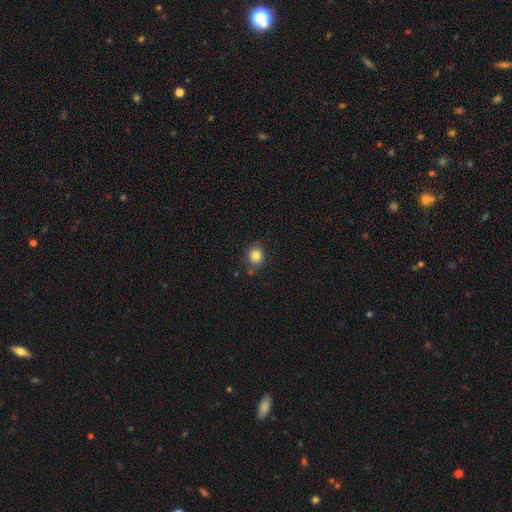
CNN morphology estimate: smooth-or-featured: smooth: 83% | star or artifact: 11% | featured or disk: 6%
  how-rounded: round: 77% | in between: 22% | cigar-shaped: 1%
  merging: none: 84% | minor disturbance: 10% | merger: 3% | major disturbance: 3%